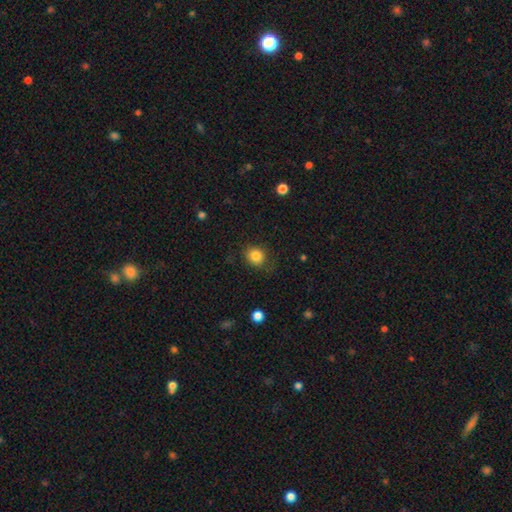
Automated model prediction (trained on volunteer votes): Smooth or featured? smooth (84%)
How rounded? round (79%)
Merging? none (77%)